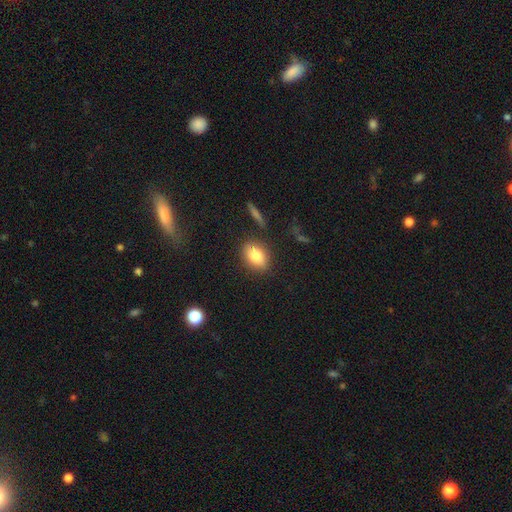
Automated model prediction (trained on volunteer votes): Smooth or featured?
  - smooth: 80% *
  - featured or disk: 12%
  - star or artifact: 9%
How rounded?
  - in between: 75% *
  - round: 23%
  - cigar-shaped: 3%
Merging?
  - none: 82% *
  - minor disturbance: 11%
  - merger: 3%
  - major disturbance: 3%